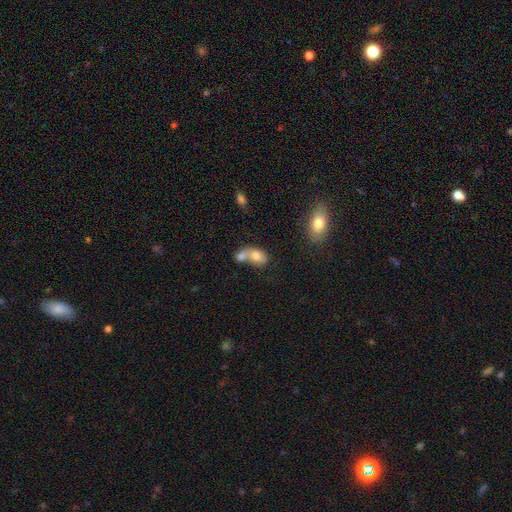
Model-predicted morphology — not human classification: This is likely a smooth galaxy (73%). How rounded: likely in between (73%). Merging: likely merger (67%).